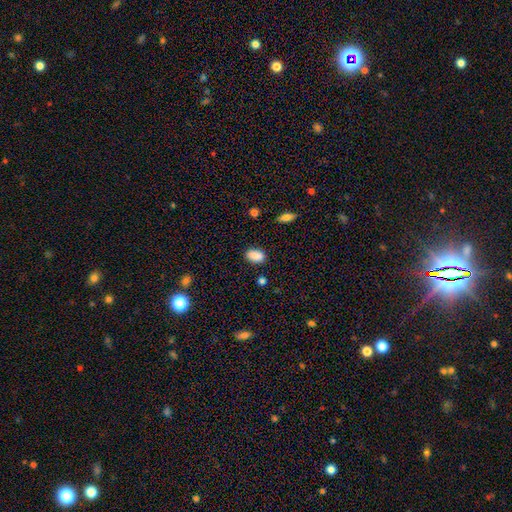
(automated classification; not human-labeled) This appears to be a smooth galaxy with no disk features (88%) that is in between round and cigar-shaped (89%). Merging: none (83%).